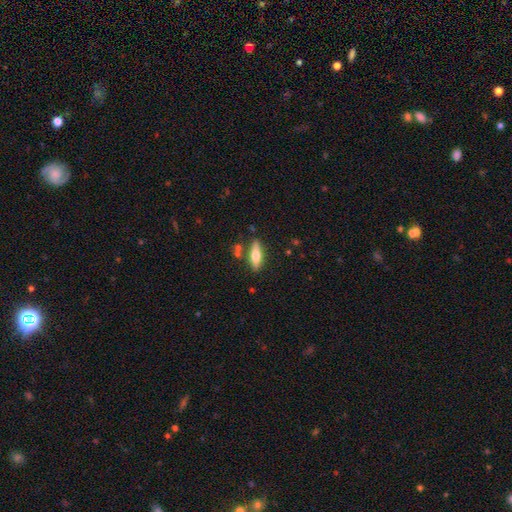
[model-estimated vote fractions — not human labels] A smooth galaxy with no disk features (59%) that is in between round and cigar-shaped (50%). Merging: none (79%).